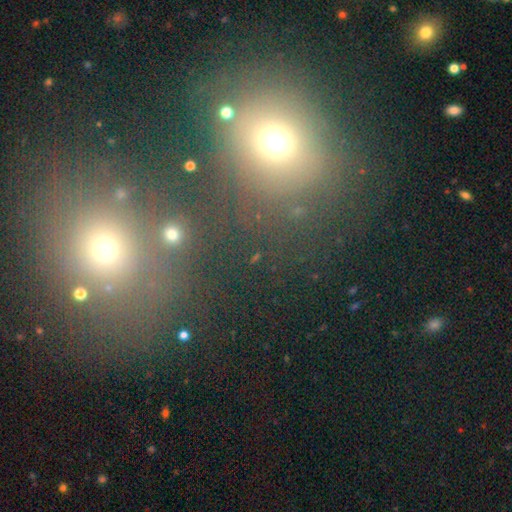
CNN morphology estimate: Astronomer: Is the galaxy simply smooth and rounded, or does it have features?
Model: smooth — 55% (runner-up: star or artifact, 33%).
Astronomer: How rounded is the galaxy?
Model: round — 78%.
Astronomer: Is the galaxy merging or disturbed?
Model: none — 67%.